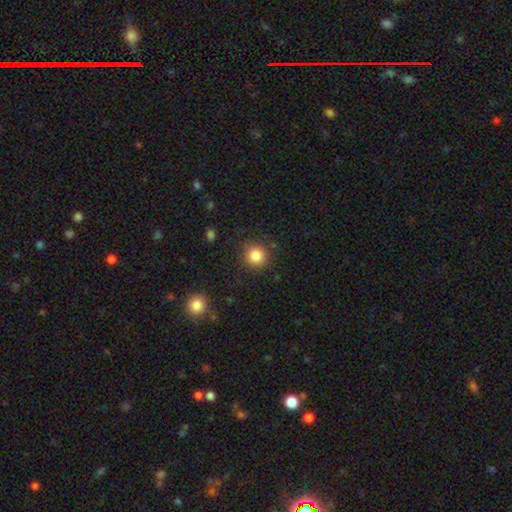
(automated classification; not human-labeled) Smooth or featured: smooth — 84% (star or artifact — 11%)
How rounded: round — 93% (in between — 6%)
Merging: none — 87% (minor disturbance — 8%)